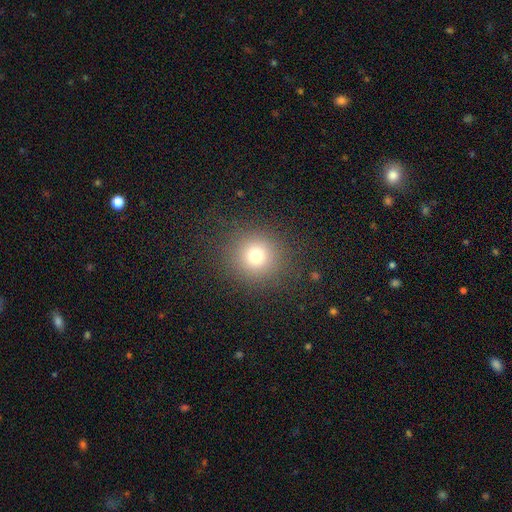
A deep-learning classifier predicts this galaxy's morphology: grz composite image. It shows a smooth galaxy with no disk features (74%) that is round (92%). Merging: none (87%).